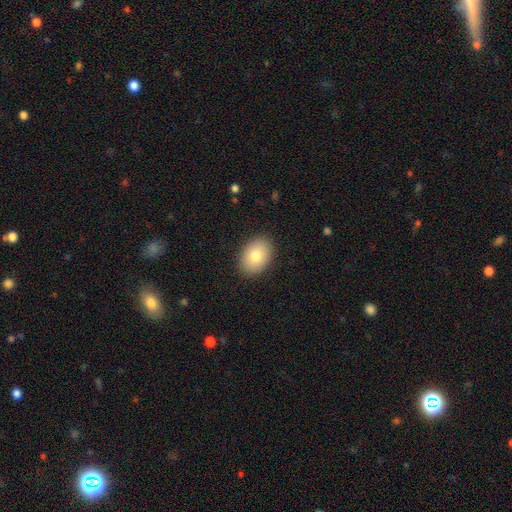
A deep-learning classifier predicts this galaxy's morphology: Overall: smooth (81%). How rounded: in between (81%). Merging: none (89%).